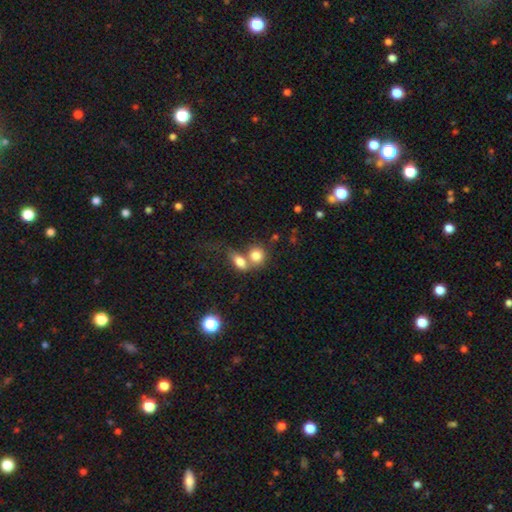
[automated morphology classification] Smooth or featured: smooth — 79% (featured or disk — 12%)
How rounded: round — 63% (in between — 35%)
Merging: merger — 58% (none — 29%)